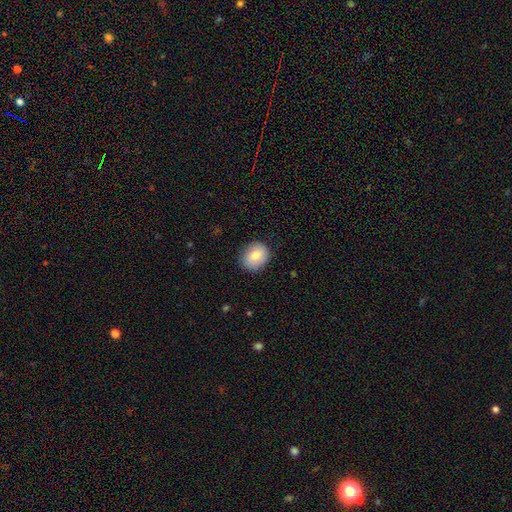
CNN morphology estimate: A smooth galaxy with no disk features (82%) that is round (52%).

Vote fractions:
- Smooth or featured? smooth: 82% / featured or disk: 11% / star or artifact: 7%
- How rounded? round: 52% / in between: 47% / cigar-shaped: 1%
- Merging? none: 85% / minor disturbance: 11% / major disturbance: 3% / merger: 1%